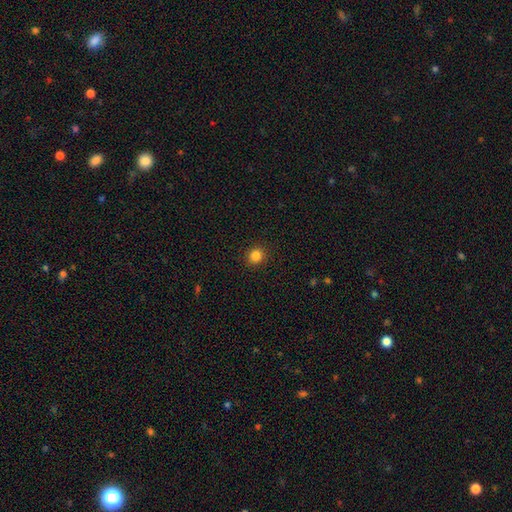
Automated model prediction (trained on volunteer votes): Q: Smooth or featured?
A: smooth (84%); runner-up: star or artifact (12%)
Q: How rounded?
A: round (89%); runner-up: in between (11%)
Q: Merging?
A: none (92%); runner-up: minor disturbance (5%)